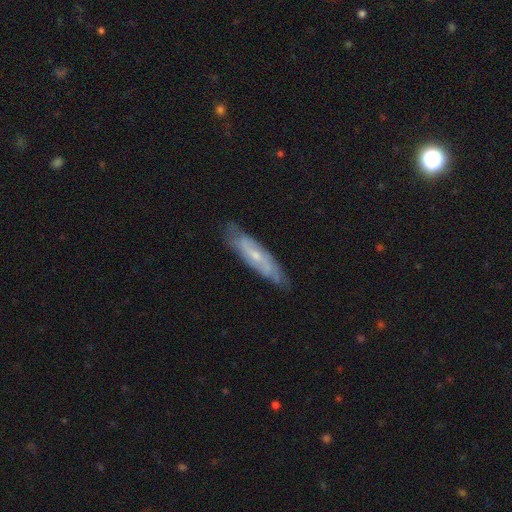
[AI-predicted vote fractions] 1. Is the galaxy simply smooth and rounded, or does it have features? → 63% featured or disk, 31% smooth, 7% star or artifact.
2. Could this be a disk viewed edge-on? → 61% no, 39% yes.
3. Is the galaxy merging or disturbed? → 76% none, 18% minor disturbance, 4% major disturbance, 1% merger.